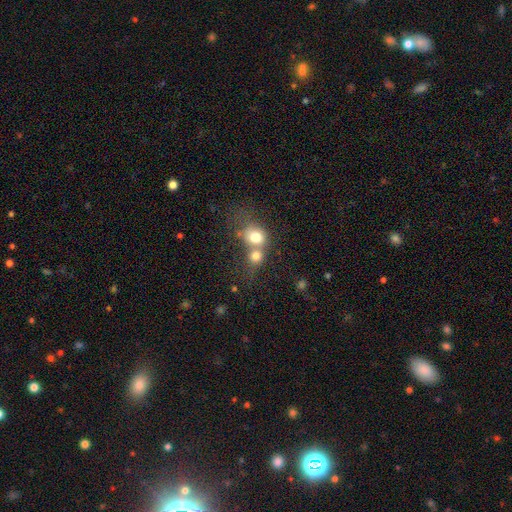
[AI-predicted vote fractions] This is likely a smooth galaxy (75%). How rounded: likely round (72%). Merging: likely merger (64%).